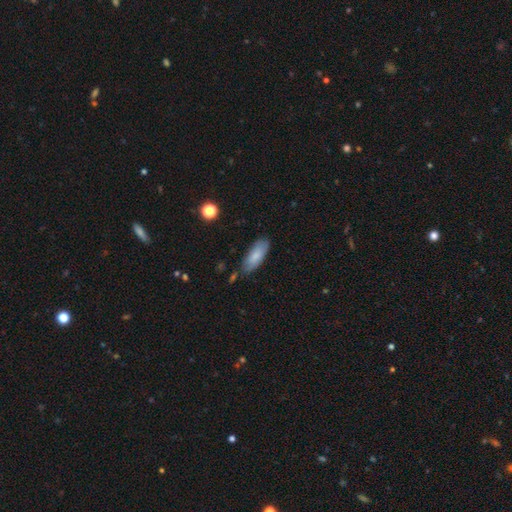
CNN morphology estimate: Overall: smooth (78%). How rounded: in between (80%). Merging: none (70%).